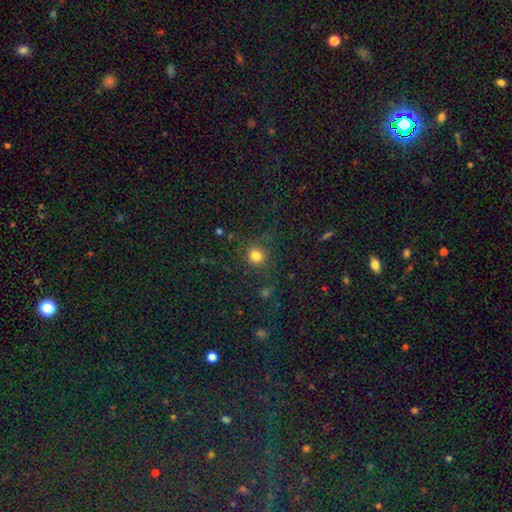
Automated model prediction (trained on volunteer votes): Smooth or featured? smooth (78%)
How rounded? round (91%)
Merging? none (81%)